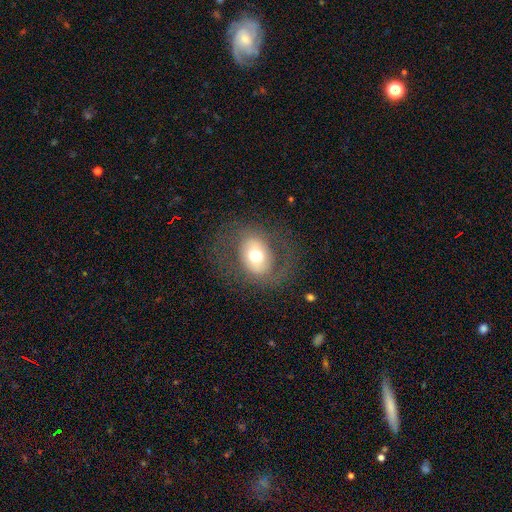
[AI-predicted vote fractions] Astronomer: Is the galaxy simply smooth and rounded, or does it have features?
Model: smooth — 48% (runner-up: featured or disk, 43%).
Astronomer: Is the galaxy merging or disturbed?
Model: none — 73%.